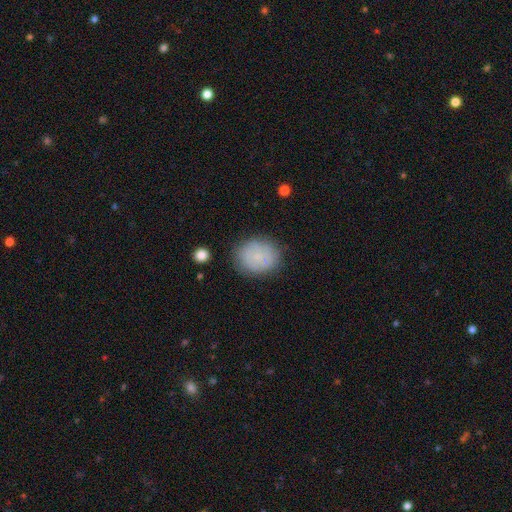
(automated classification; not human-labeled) Overall: smooth (69%). How rounded: round (59%; in between 40%). Merging: none (79%).